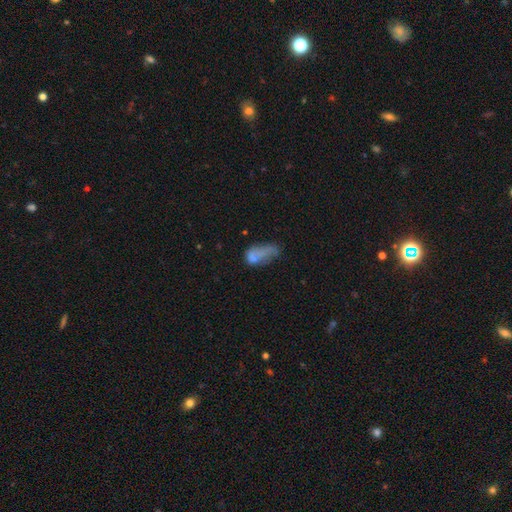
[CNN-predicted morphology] Q: Smooth or featured?
A: smooth (62%); runner-up: featured or disk (25%)
Q: How rounded?
A: in between (88%); runner-up: cigar-shaped (7%)
Q: Merging?
A: major disturbance (37%); runner-up: minor disturbance (25%)